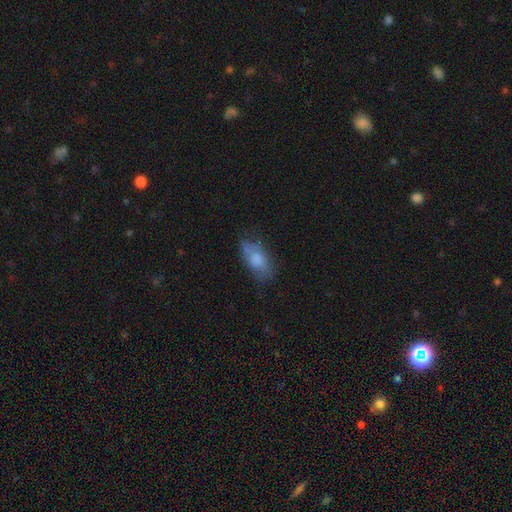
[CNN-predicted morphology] Smooth or featured?
  - smooth: 63% *
  - featured or disk: 27%
  - star or artifact: 10%
How rounded?
  - in between: 86% *
  - cigar-shaped: 8%
  - round: 5%
Merging?
  - none: 58% *
  - minor disturbance: 27%
  - major disturbance: 12%
  - merger: 3%